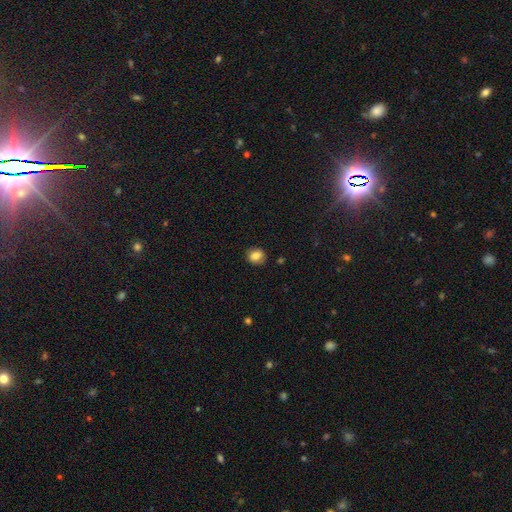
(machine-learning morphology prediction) smooth 82%, star or artifact 9%, featured or disk 8%. Down the decision tree: how rounded — round (68%); merging — none (85%).